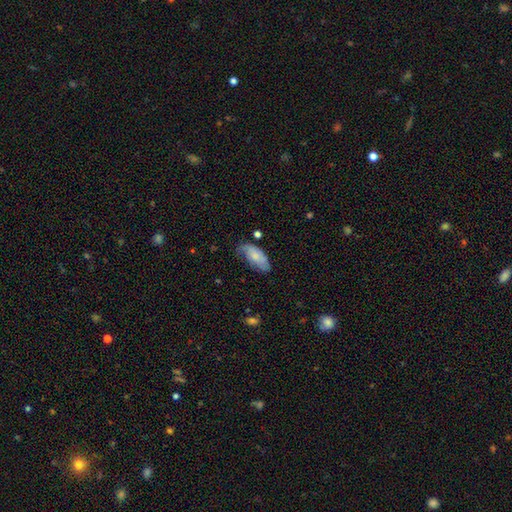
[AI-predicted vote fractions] A smooth galaxy with no disk features (60%) that is in between round and cigar-shaped (89%). Merging: none (52%).